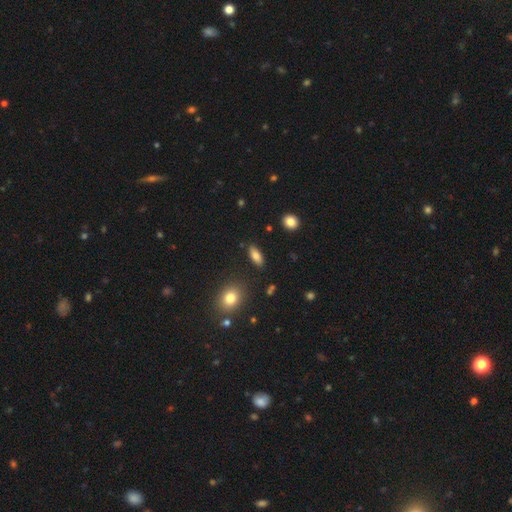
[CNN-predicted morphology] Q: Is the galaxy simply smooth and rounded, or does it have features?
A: smooth — 80%.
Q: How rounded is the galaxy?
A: in between — 81%.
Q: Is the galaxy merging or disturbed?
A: none — 86%.